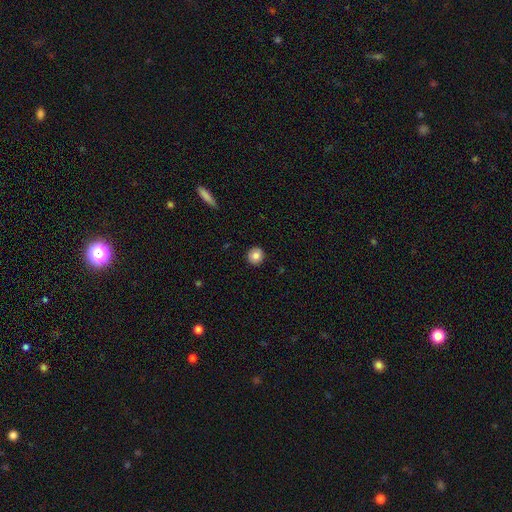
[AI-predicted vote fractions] smooth-or-featured: smooth: 84% | star or artifact: 9% | featured or disk: 7%
  how-rounded: round: 92% | in between: 7% | cigar-shaped: 1%
  merging: none: 92% | minor disturbance: 5% | major disturbance: 2% | merger: 1%